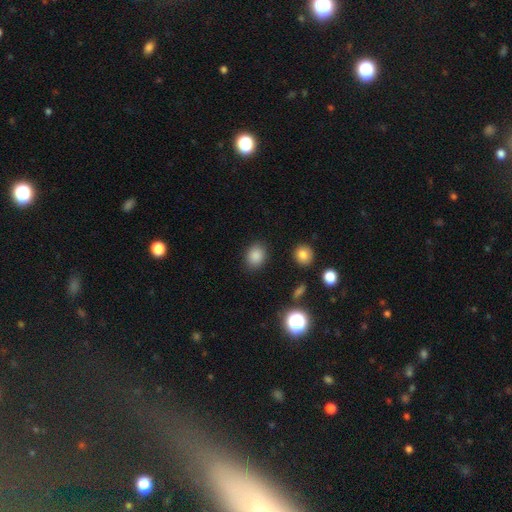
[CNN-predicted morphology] This is clearly a smooth galaxy (85%). How rounded: possibly in between (54%). Merging: clearly none (87%).